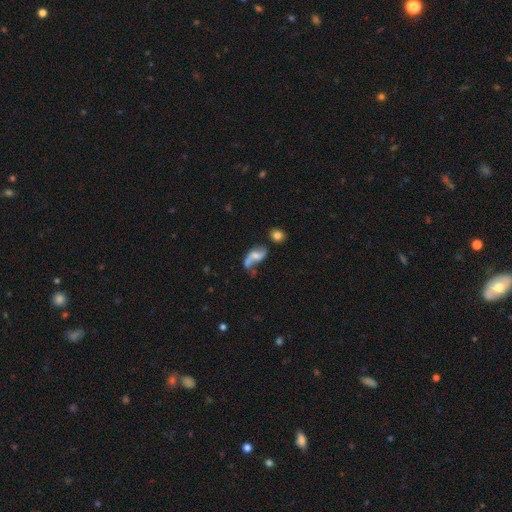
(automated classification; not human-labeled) The model was most divided on "bar": no: 46%, weak: 40%, strong: 14%. Remaining: edge-on disk — no (95%); spiral arms — yes (88%); spiral arm count — 2 (86%); spiral winding — loose (82%); smooth or featured — featured or disk (73%); merging — none (42%); bulge size — small (40%).